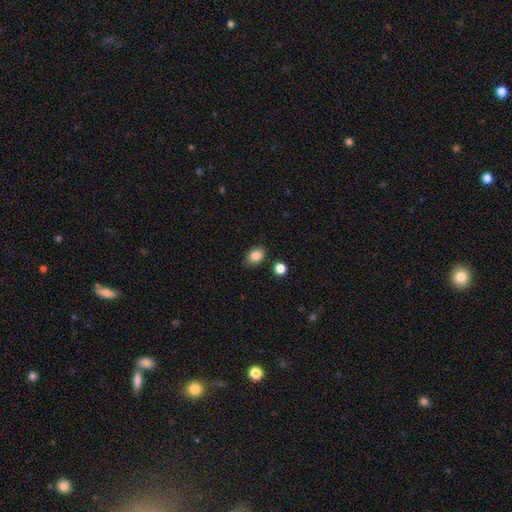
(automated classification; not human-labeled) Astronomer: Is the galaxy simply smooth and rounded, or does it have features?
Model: smooth — 86%.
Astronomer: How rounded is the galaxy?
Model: in between — 74%.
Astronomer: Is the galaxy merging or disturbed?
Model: none — 81%.